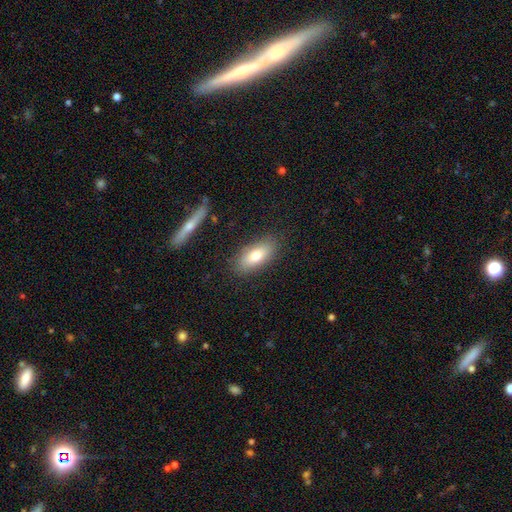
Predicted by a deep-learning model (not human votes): smooth_or_featured: smooth (p=0.74) [alt: featured or disk p=0.18]
how_rounded: in between (p=0.83) [alt: cigar-shaped p=0.13]
merging: none (p=0.84) [alt: minor disturbance p=0.11]